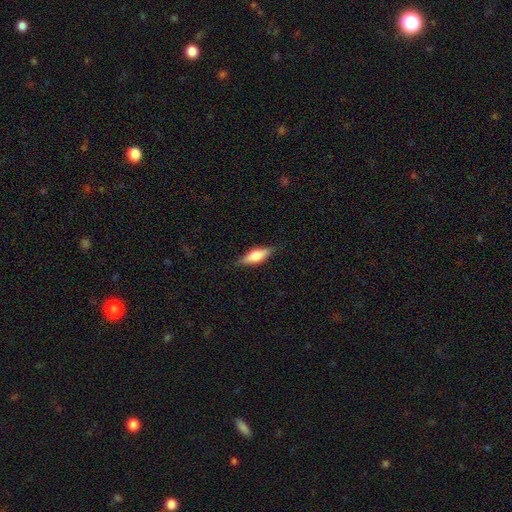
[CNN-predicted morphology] smooth-or-featured: smooth: 60% | featured or disk: 33% | star or artifact: 6%
  how-rounded: in between: 60% | cigar-shaped: 37% | round: 3%
  merging: none: 84% | minor disturbance: 13% | major disturbance: 3% | merger: 1%